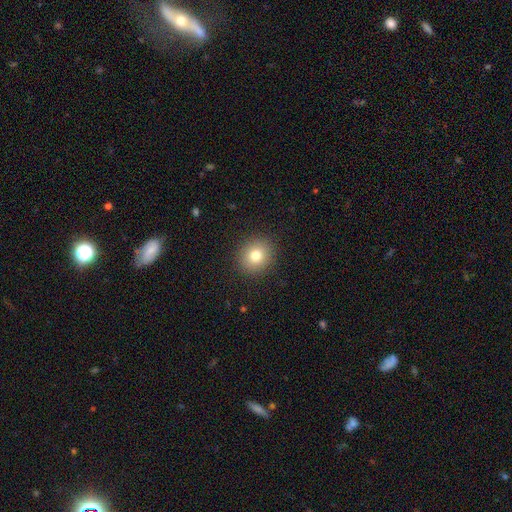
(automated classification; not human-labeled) A smooth galaxy with no disk features (79%) that is round (80%).

Vote fractions:
- Smooth or featured? smooth: 79% / star or artifact: 11% / featured or disk: 9%
- How rounded? round: 80% / in between: 19% / cigar-shaped: 1%
- Merging? none: 90% / minor disturbance: 7% / major disturbance: 2% / merger: 1%